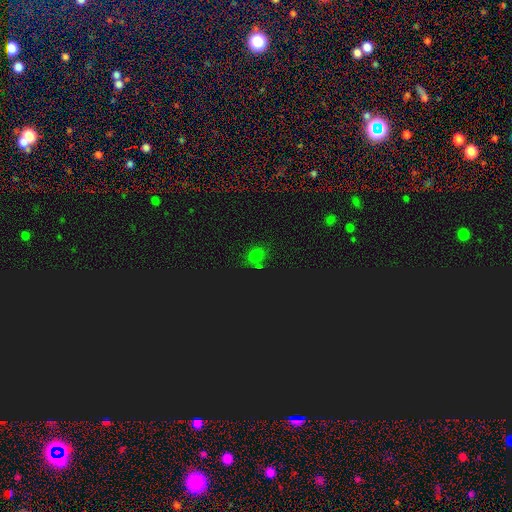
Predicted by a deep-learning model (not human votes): The model was most divided on "smooth or featured": smooth: 62%, star or artifact: 32%, featured or disk: 6%. More confident: merging — none (77%); how rounded — round (68%).